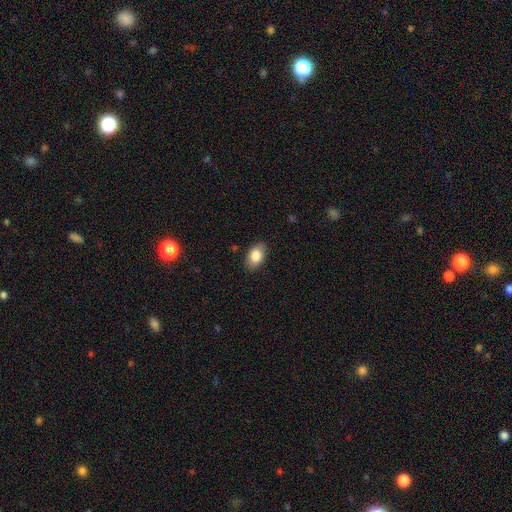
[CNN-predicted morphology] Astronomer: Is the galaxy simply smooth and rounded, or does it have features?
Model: smooth — 85%.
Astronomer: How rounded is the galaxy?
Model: in between — 91%.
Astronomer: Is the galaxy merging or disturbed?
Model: none — 87%.